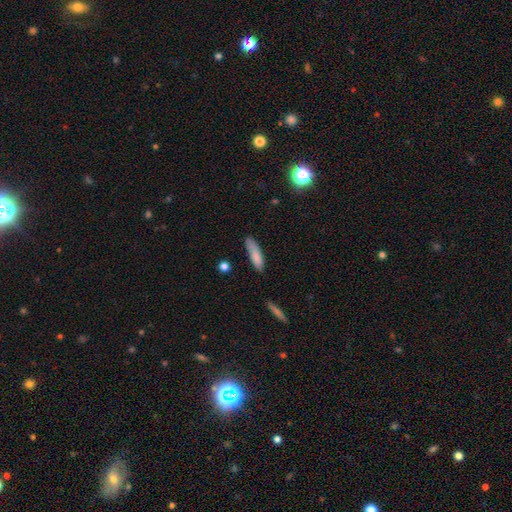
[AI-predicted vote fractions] Overall: smooth (82%). How rounded: cigar-shaped (69%). Merging: none (70%).